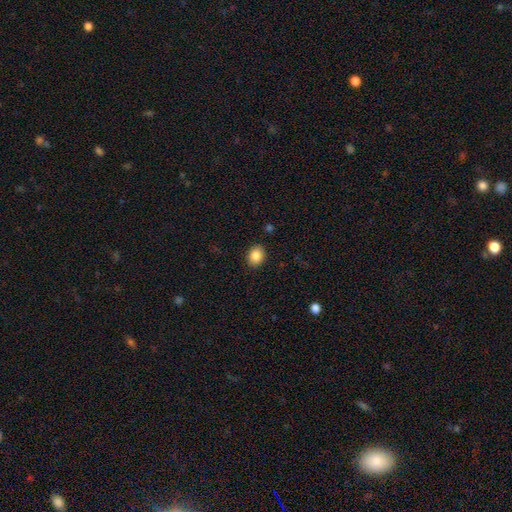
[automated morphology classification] Q: Smooth or featured?
A: smooth (86%); runner-up: star or artifact (9%)
Q: How rounded?
A: in between (51%); runner-up: round (48%)
Q: Merging?
A: none (88%); runner-up: minor disturbance (8%)